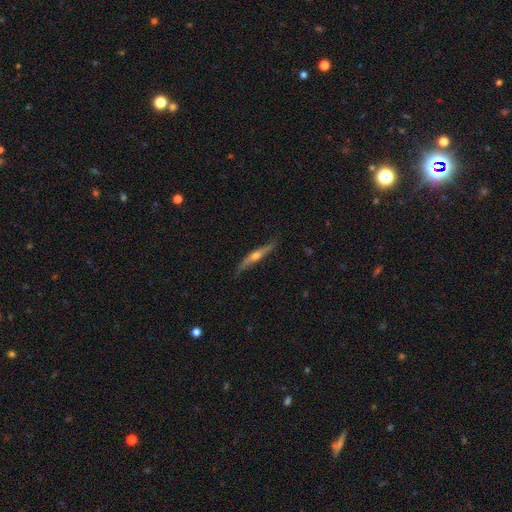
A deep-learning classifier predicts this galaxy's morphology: Smooth or featured? Predicted: featured or disk (p=0.71). Edge-on disk? Predicted: yes (p=0.94). Edge-on bulge? Predicted: rounded (p=0.89). Merging? Predicted: none (p=0.81).